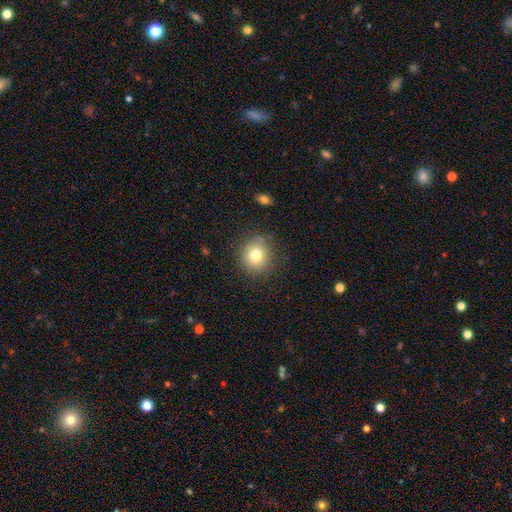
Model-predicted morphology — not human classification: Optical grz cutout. It shows a smooth galaxy with no disk features (78%) that is round (86%). Merging: none (83%).